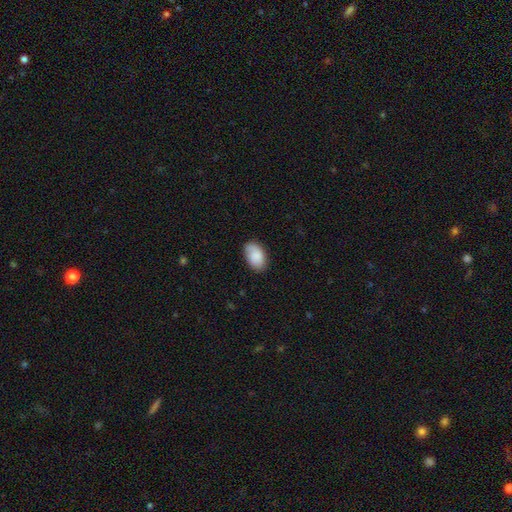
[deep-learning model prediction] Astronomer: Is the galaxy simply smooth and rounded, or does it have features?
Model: smooth — 86%.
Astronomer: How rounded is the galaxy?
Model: in between — 93%.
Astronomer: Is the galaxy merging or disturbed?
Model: none — 78%.